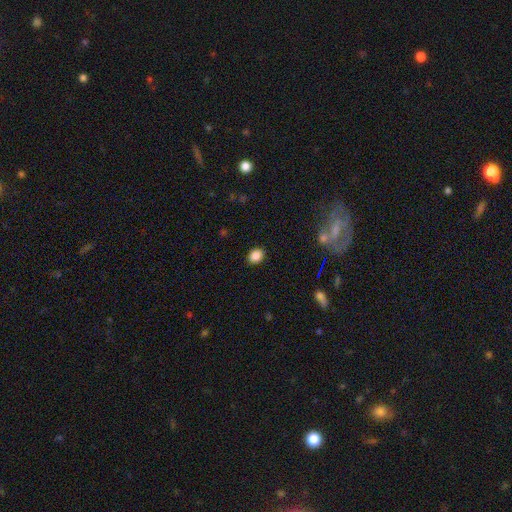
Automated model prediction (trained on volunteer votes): This appears to be a smooth galaxy with no disk features (87%) that is in between round and cigar-shaped (58%). Merging: none (89%).